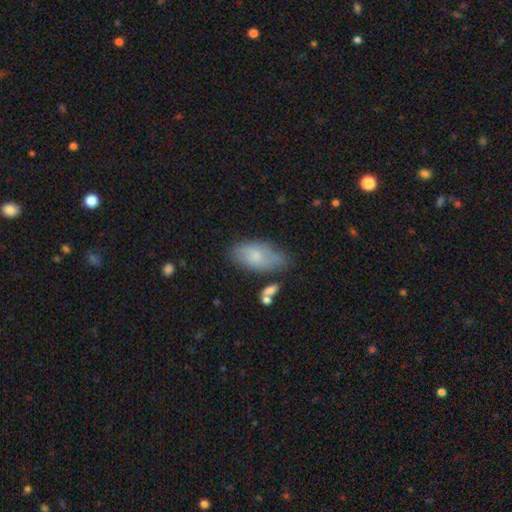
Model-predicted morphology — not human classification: A smooth galaxy with no disk features (68%) that is in between round and cigar-shaped (91%).

Vote fractions:
- Smooth or featured? smooth: 68% / featured or disk: 24% / star or artifact: 8%
- How rounded? in between: 91% / cigar-shaped: 6% / round: 4%
- Merging? none: 65% / minor disturbance: 25% / major disturbance: 6% / merger: 5%